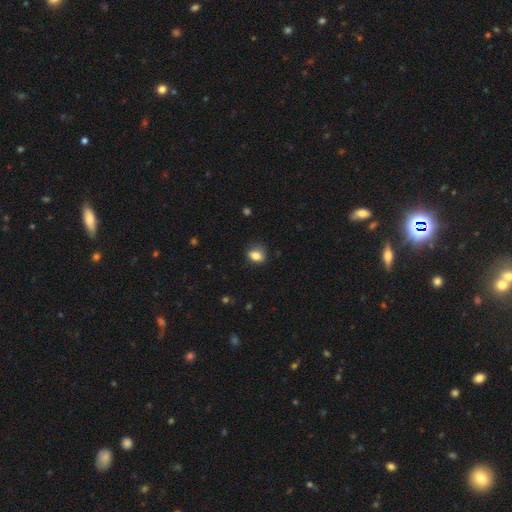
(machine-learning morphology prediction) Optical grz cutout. It shows a smooth galaxy with no disk features (80%) that is in between round and cigar-shaped (62%). Merging: none (66%).